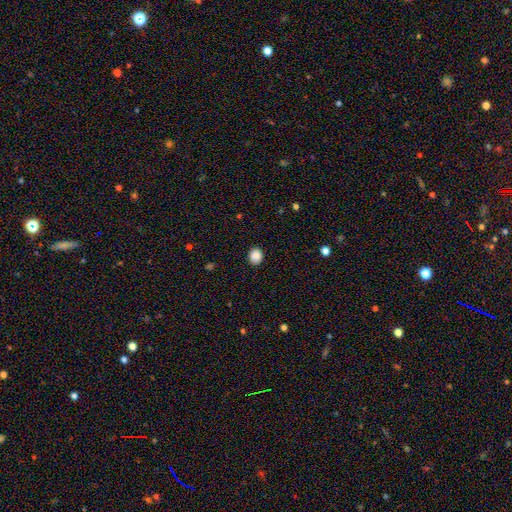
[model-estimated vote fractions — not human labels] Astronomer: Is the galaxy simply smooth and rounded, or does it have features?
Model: smooth — 87%.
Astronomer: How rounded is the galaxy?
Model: round — 75%.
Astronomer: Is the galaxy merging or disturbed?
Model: none — 88%.